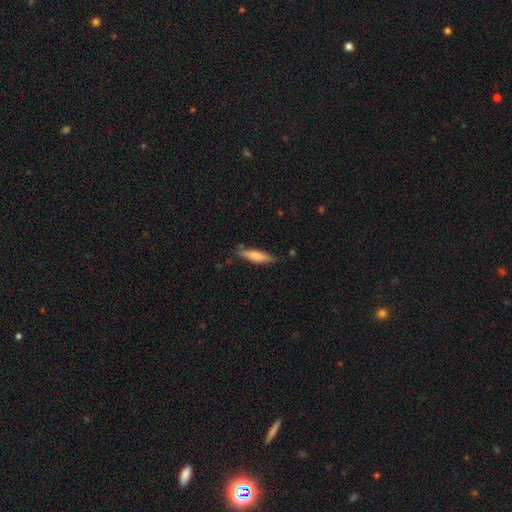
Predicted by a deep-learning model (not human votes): A smooth galaxy with no disk features (70%) that is cigar-shaped (78%).

Vote fractions:
- Smooth or featured? smooth: 70% / featured or disk: 25% / star or artifact: 6%
- How rounded? cigar-shaped: 78% / in between: 21% / round: 2%
- Merging? none: 80% / minor disturbance: 15% / major disturbance: 3% / merger: 2%